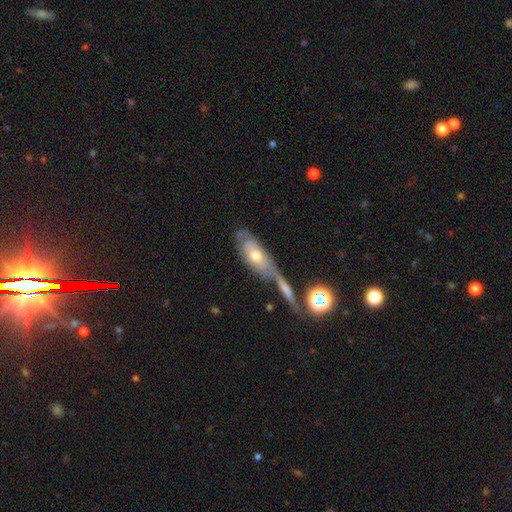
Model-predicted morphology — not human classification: A featured or disk galaxy (48%). Merging: none (40%).